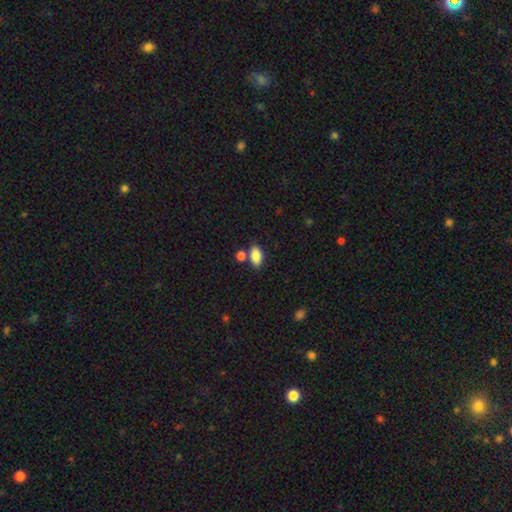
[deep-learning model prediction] Smooth or featured? smooth (86%)
How rounded? in between (90%)
Merging? none (68%)